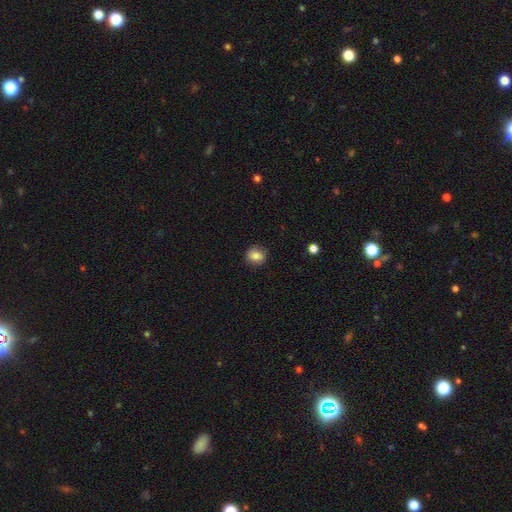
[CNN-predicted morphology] type=smooth (83%); roundness=round (65%); merging=none (86%).